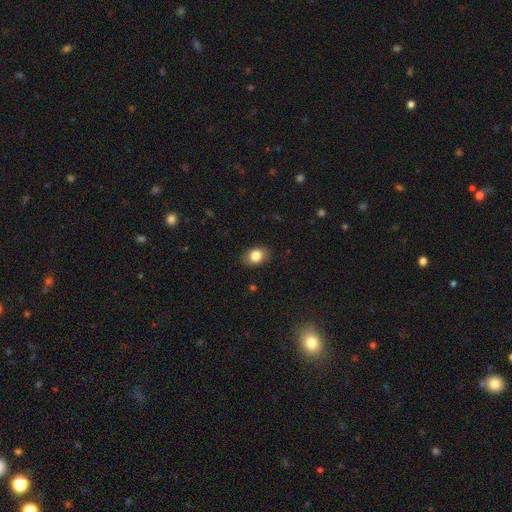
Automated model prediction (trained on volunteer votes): Smooth or featured?
  - smooth: 83% *
  - star or artifact: 9%
  - featured or disk: 8%
How rounded?
  - in between: 64% *
  - round: 35%
  - cigar-shaped: 1%
Merging?
  - none: 85% *
  - minor disturbance: 12%
  - major disturbance: 3%
  - merger: 1%